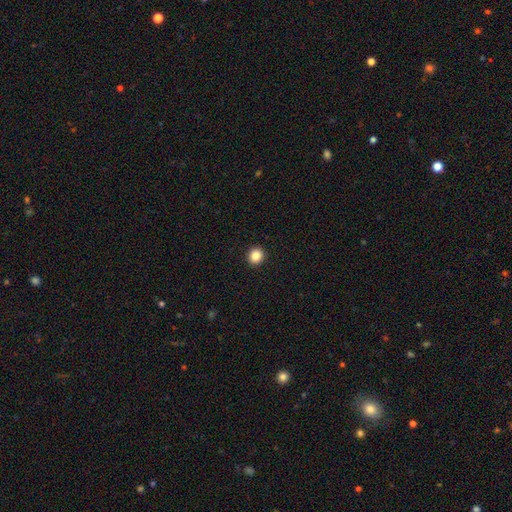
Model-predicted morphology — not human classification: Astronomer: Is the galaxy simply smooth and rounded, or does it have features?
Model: smooth — 85%.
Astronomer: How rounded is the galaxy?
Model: round — 85%.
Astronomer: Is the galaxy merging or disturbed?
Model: none — 93%.